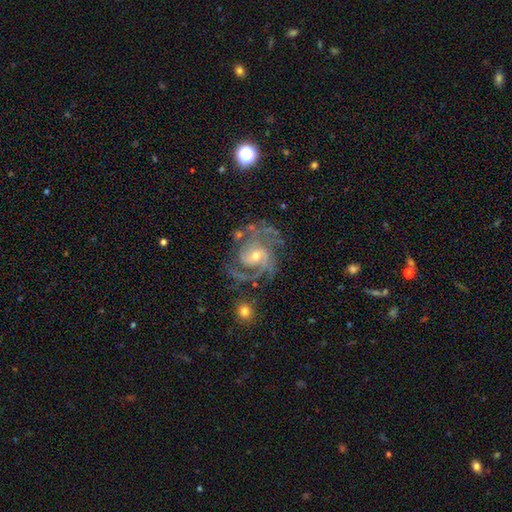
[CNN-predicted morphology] Overall: featured or disk (90%). Edge-on disk: no (98%). Bar: no (55%; weak 34%). Spiral arms: yes (98%). Spiral arm count: 3 (35%; 2 29%). Spiral winding: tight (46%, tied with medium). Bulge size: small (54%; moderate 42%). Merging: none (68%).